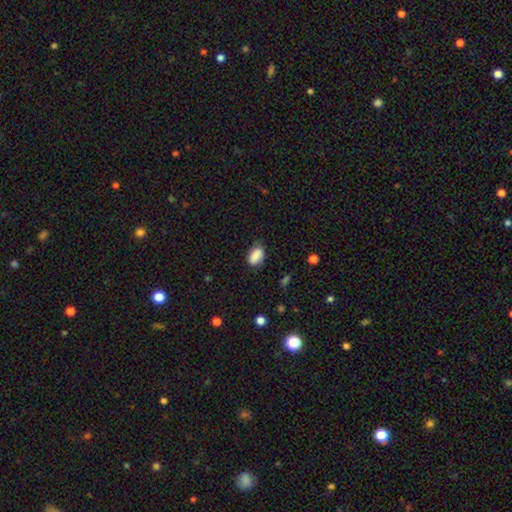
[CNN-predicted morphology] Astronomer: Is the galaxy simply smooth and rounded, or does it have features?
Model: smooth — 86%.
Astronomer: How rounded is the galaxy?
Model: in between — 89%.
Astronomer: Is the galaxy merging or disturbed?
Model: none — 73%.